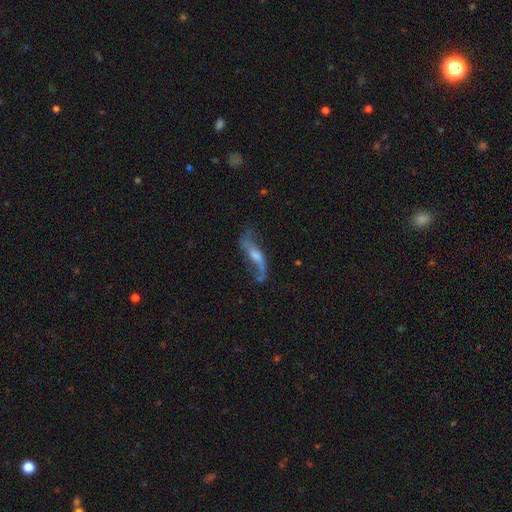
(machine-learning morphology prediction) smooth_or_featured: featured or disk (p=0.80) [alt: smooth p=0.12]
disk_edge_on: no (p=0.76) [alt: yes p=0.24]
bar: weak (p=0.38) [alt: no p=0.37]
has_spiral_arms: yes (p=0.91) [alt: no p=0.09]
spiral_winding: loose (p=0.83) [alt: medium p=0.13]
spiral_arm_count: 2 (p=0.87) [alt: 1 p=0.06]
bulge_size: moderate (p=0.50) [alt: small p=0.33]
merging: none (p=0.59) [alt: minor disturbance p=0.20]